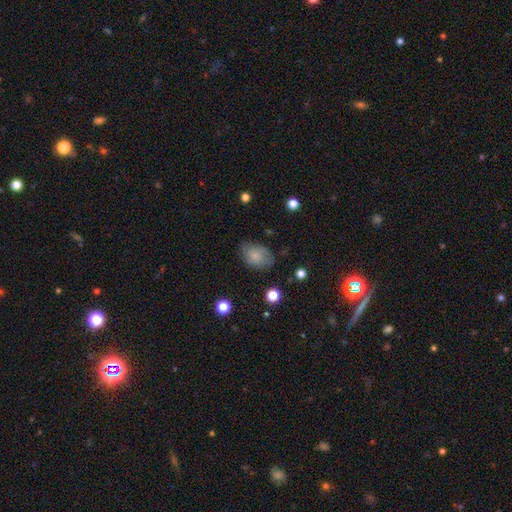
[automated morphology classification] Smooth or featured? Predicted: smooth (p=0.72). How rounded? Predicted: in between (p=0.78). Merging? Predicted: none (p=0.67).